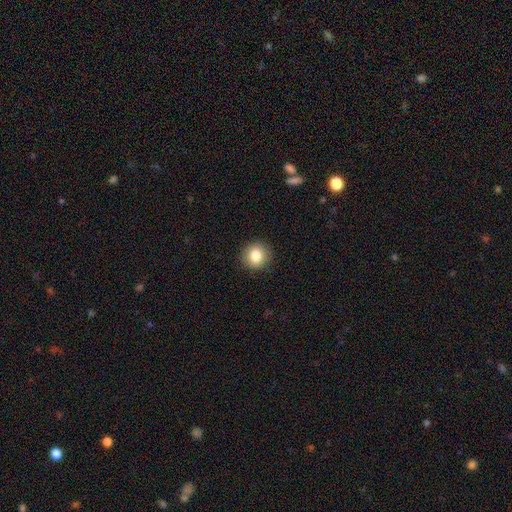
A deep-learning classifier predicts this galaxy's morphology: This appears to be a smooth galaxy with no disk features (83%) that is round (90%). Merging: none (91%).